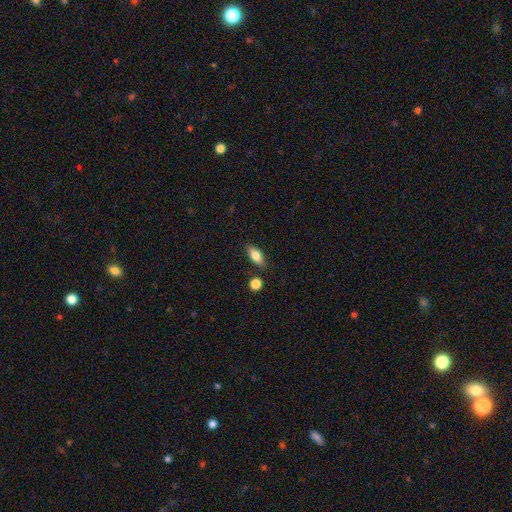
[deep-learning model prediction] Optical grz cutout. It shows a smooth galaxy with no disk features (78%) that is in between round and cigar-shaped (79%). Merging: none (82%).